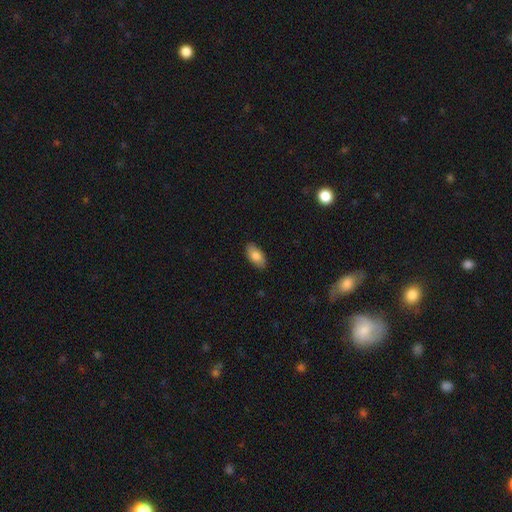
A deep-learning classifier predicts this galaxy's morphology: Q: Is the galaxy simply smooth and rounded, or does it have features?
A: smooth — 83%.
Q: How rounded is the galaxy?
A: in between — 93%.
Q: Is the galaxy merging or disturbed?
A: none — 87%.